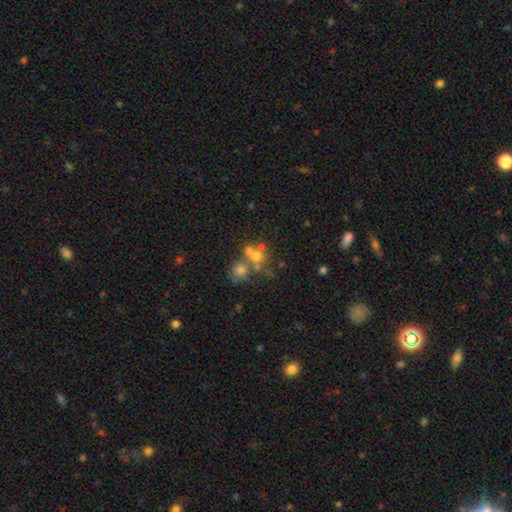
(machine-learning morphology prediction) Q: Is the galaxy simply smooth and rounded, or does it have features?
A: smooth — 53%.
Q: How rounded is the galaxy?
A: round — 77%.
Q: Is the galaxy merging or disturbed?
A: merger — 49%.